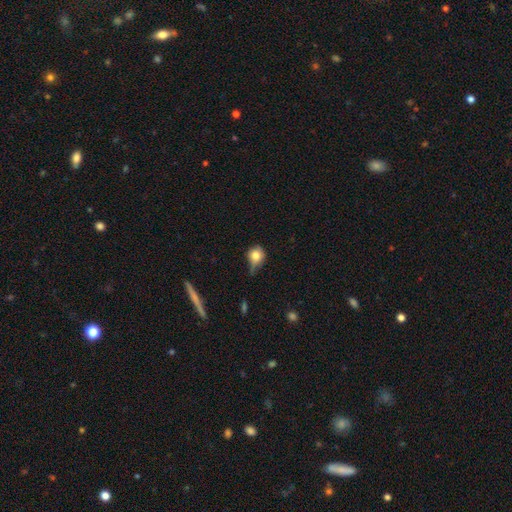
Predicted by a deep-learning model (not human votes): Q: Smooth or featured?
A: smooth (75%); runner-up: featured or disk (15%)
Q: How rounded?
A: round (72%); runner-up: in between (26%)
Q: Merging?
A: minor disturbance (40%); runner-up: none (38%)